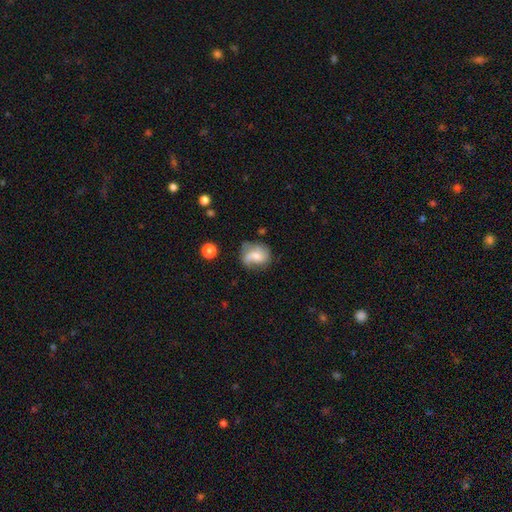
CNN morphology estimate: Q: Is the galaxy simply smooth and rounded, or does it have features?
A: featured or disk — 50%.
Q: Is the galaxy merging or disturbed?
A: none — 50%.